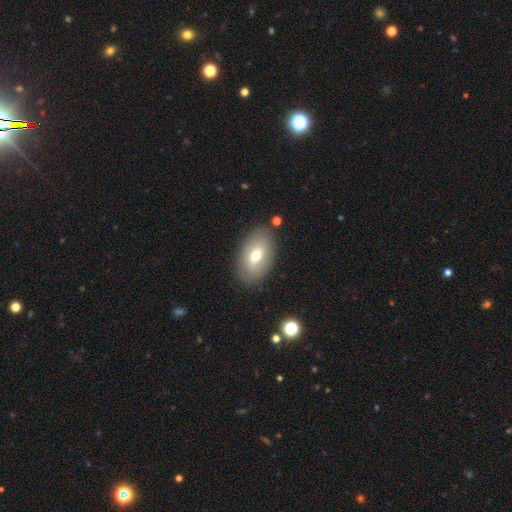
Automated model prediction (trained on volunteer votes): Overall: smooth (67%). How rounded: in between (92%). Merging: none (83%).